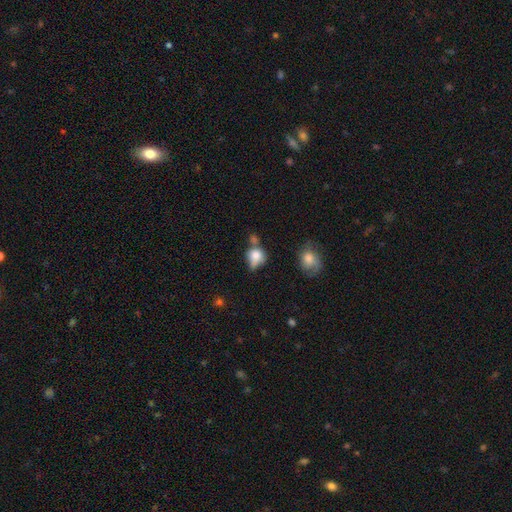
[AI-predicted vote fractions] A smooth galaxy with no disk features (74%) that is round (59%).

Vote fractions:
- Smooth or featured? smooth: 74% / featured or disk: 16% / star or artifact: 10%
- How rounded? round: 59% / in between: 39% / cigar-shaped: 2%
- Merging? none: 34% / minor disturbance: 27% / merger: 24% / major disturbance: 15%